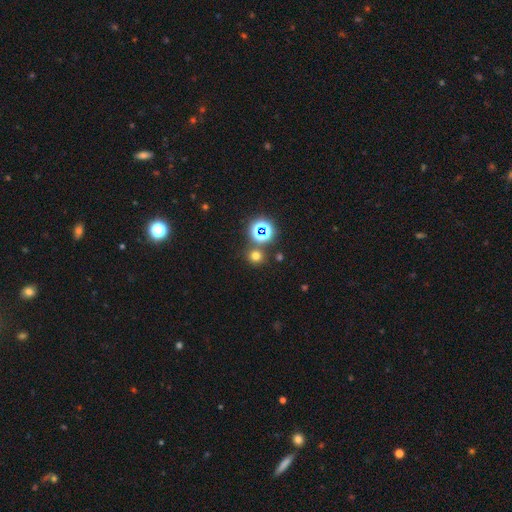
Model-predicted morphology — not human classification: This appears to be a smooth galaxy with no disk features (64%) that is round (88%). Merging: none (80%).